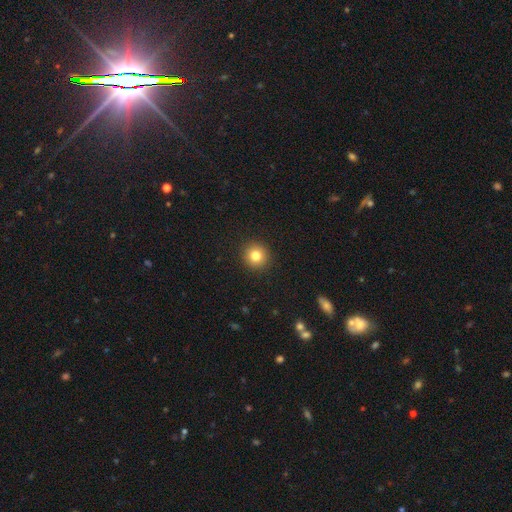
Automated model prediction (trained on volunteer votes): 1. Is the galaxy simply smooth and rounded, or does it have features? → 81% smooth, 11% star or artifact, 7% featured or disk.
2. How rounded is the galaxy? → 94% round, 5% in between, 1% cigar-shaped.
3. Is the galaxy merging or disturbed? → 92% none, 5% minor disturbance, 2% major disturbance, 1% merger.